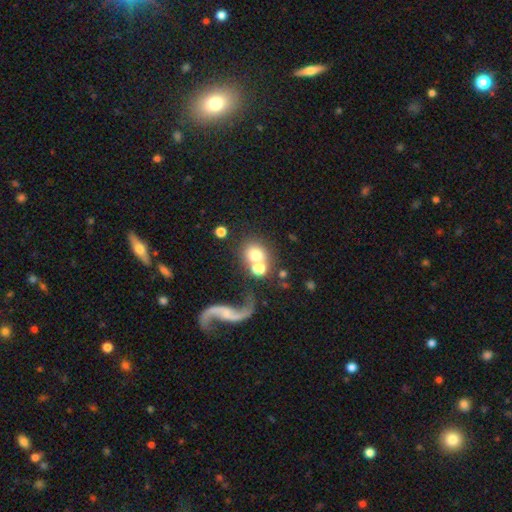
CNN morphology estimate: type=smooth (62%); roundness=round (76%); merging=none (44%).